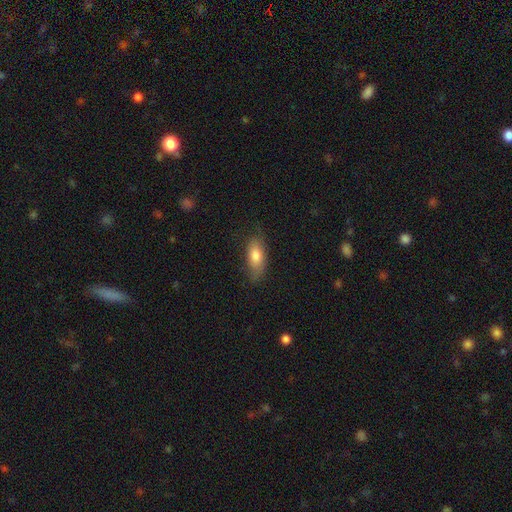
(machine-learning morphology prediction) A smooth galaxy with no disk features (76%) that is in between round and cigar-shaped (81%).

Vote fractions:
- Smooth or featured? smooth: 76% / featured or disk: 18% / star or artifact: 6%
- How rounded? in between: 81% / cigar-shaped: 17% / round: 3%
- Merging? none: 73% / minor disturbance: 21% / major disturbance: 5% / merger: 1%